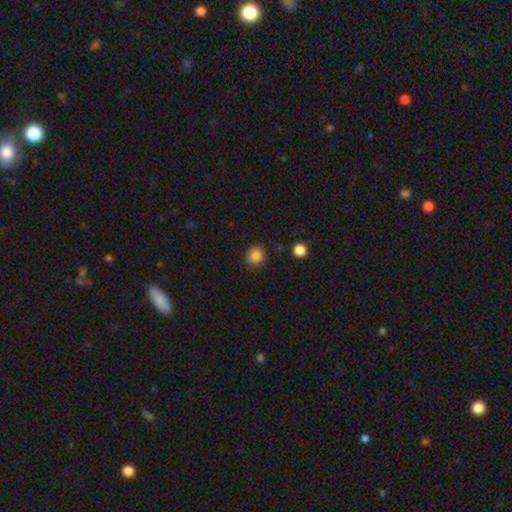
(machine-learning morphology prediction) smooth_or_featured: smooth (p=0.86) [alt: star or artifact p=0.11]
how_rounded: round (p=0.89) [alt: in between p=0.10]
merging: none (p=0.90) [alt: minor disturbance p=0.06]